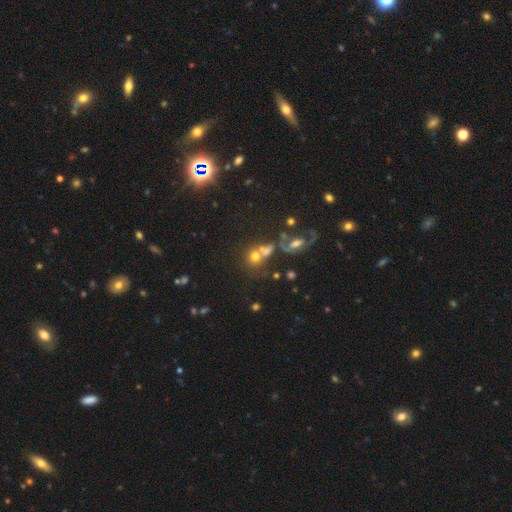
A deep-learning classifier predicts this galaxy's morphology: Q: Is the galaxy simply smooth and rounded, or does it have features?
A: smooth — 63%.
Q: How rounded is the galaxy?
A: round — 77%.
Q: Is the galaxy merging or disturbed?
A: merger — 40%, tied with none.